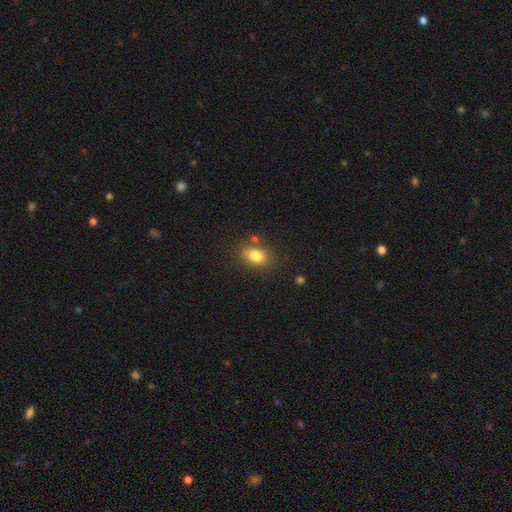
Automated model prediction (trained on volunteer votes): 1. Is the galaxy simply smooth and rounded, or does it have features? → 80% smooth, 10% star or artifact, 9% featured or disk.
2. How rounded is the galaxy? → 73% in between, 25% round, 2% cigar-shaped.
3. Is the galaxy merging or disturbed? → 73% none, 15% minor disturbance, 8% merger, 4% major disturbance.